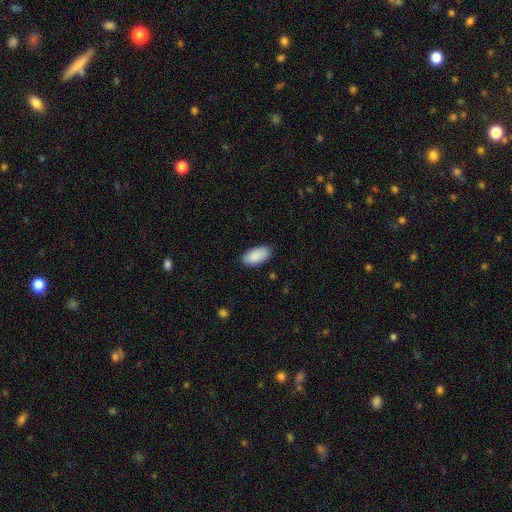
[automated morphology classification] A smooth galaxy with no disk features (88%) that is in between round and cigar-shaped (95%).

Vote fractions:
- Smooth or featured? smooth: 88% / star or artifact: 6% / featured or disk: 6%
- How rounded? in between: 95% / cigar-shaped: 3% / round: 2%
- Merging? none: 85% / minor disturbance: 12% / major disturbance: 2% / merger: 1%